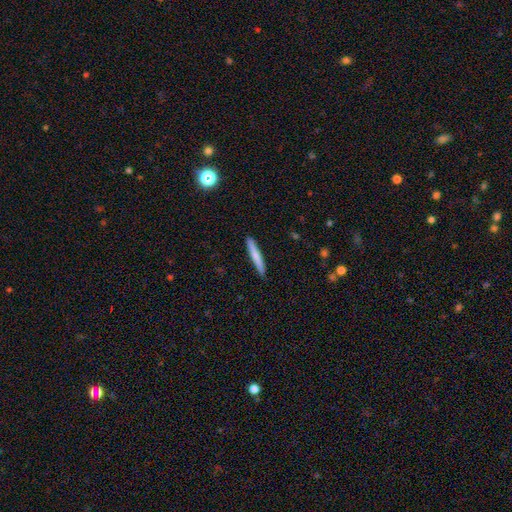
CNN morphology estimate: smooth-or-featured: smooth: 69% | featured or disk: 25% | star or artifact: 5%
  how-rounded: cigar-shaped: 95% | in between: 3% | round: 1%
  merging: none: 90% | minor disturbance: 7% | major disturbance: 1% | merger: 1%